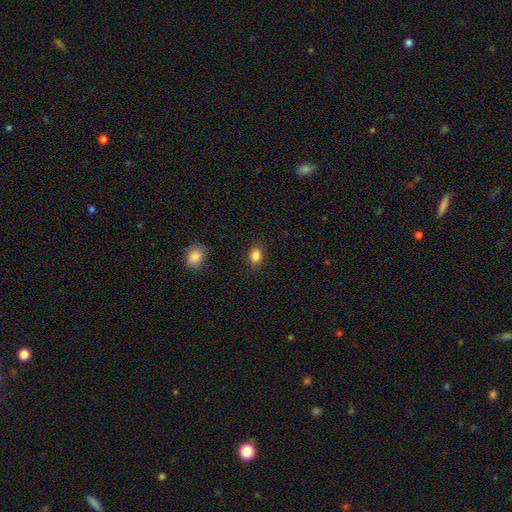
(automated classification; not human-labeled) Smooth or featured?
  - smooth: 86% *
  - star or artifact: 10%
  - featured or disk: 4%
How rounded?
  - in between: 63% *
  - round: 36%
  - cigar-shaped: 1%
Merging?
  - none: 86% *
  - minor disturbance: 10%
  - major disturbance: 3%
  - merger: 1%